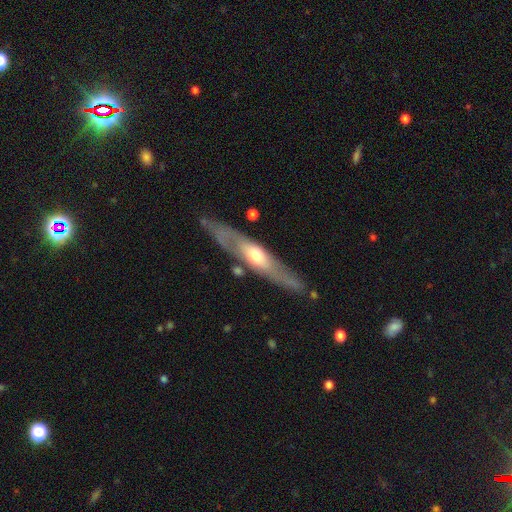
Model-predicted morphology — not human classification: Smooth or featured? Predicted: featured or disk (p=0.66). Edge-on disk? Predicted: yes (p=0.68). Merging? Predicted: none (p=0.78).